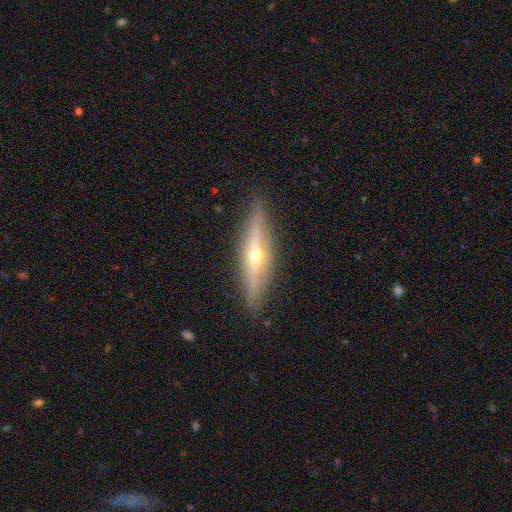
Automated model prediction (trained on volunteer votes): Smooth or featured? Predicted: featured or disk (p=0.78). Edge-on disk? Predicted: yes (p=0.95). Edge-on bulge? Predicted: rounded (p=0.91). Merging? Predicted: none (p=0.89).